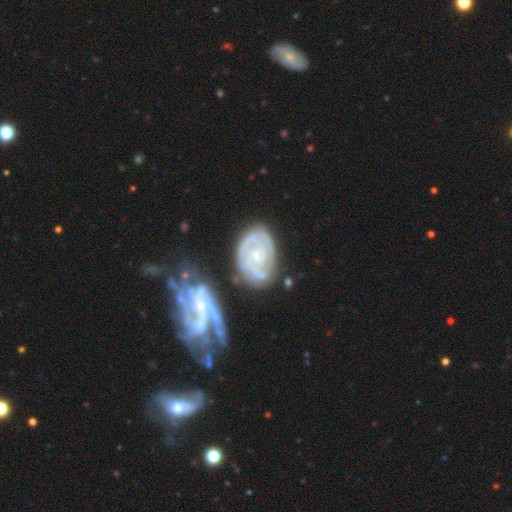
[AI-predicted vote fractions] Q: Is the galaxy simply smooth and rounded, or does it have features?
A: featured or disk — 83%.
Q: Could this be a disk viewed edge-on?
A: no — 97%.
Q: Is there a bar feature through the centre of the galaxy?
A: no — 68%.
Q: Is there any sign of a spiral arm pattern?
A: yes — 94%.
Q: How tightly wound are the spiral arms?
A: tight — 69%.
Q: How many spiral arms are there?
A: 2 — 39%.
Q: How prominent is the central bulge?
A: small — 68%.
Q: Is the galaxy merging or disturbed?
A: none — 59%.